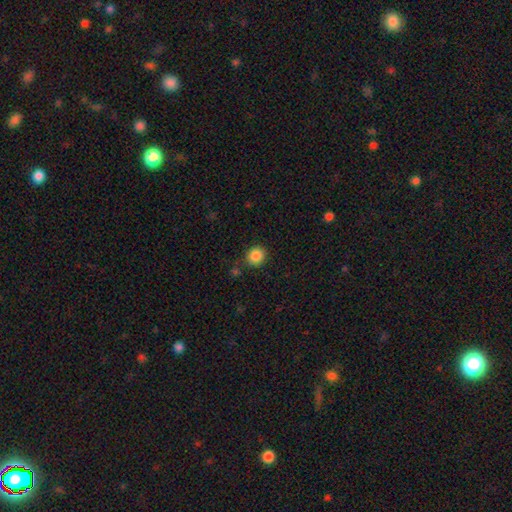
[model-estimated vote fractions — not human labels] Overall: smooth (86%). How rounded: round (84%). Merging: none (85%).